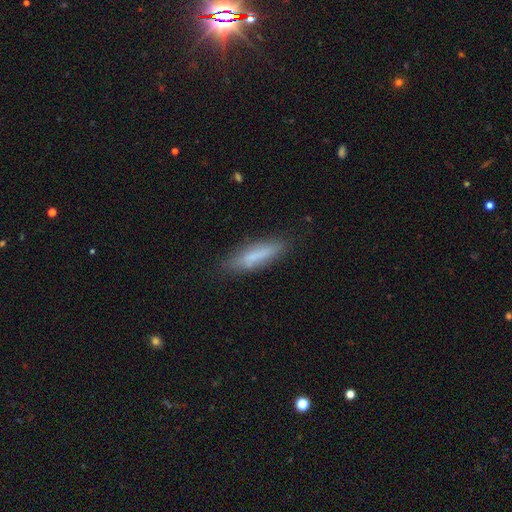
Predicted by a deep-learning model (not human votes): The model was most divided on "how rounded": cigar-shaped: 74%, in between: 25%, round: 2%. More confident: merging — none (80%); smooth or featured — smooth (72%).